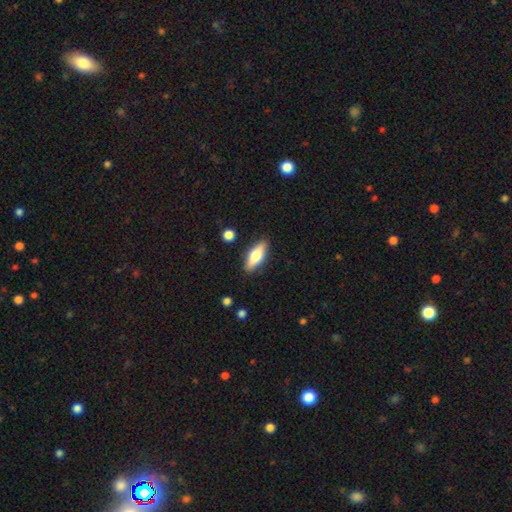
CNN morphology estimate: This is likely a smooth galaxy (61%). How rounded: likely in between (61%). Merging: clearly none (87%).